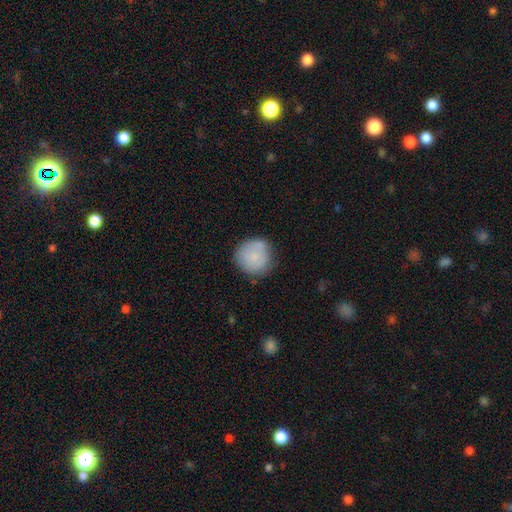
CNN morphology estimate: Smooth or featured? Predicted: smooth (p=0.80). How rounded? Predicted: round (p=0.92). Merging? Predicted: none (p=0.72).